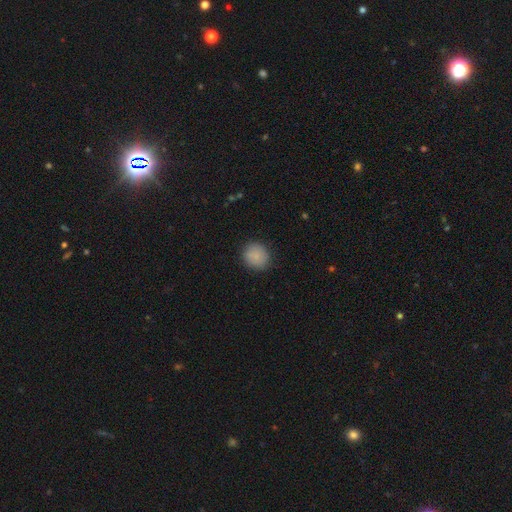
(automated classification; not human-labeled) Smooth or featured: smooth — 86% (star or artifact — 8%)
How rounded: round — 81% (in between — 18%)
Merging: none — 86% (minor disturbance — 10%)